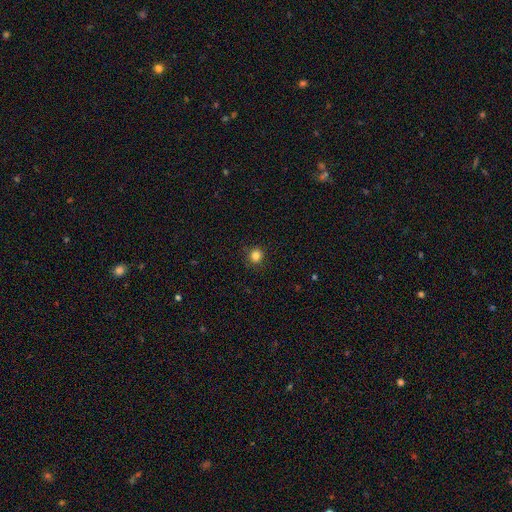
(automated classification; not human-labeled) The model was most divided on "smooth or featured": smooth: 84%, star or artifact: 12%, featured or disk: 4%. More confident: how rounded — round (91%); merging — none (90%).